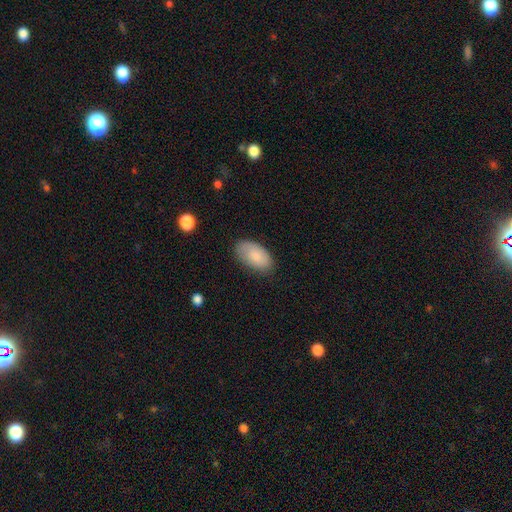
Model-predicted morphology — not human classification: type=smooth (84%); roundness=in between (95%); merging=none (78%).